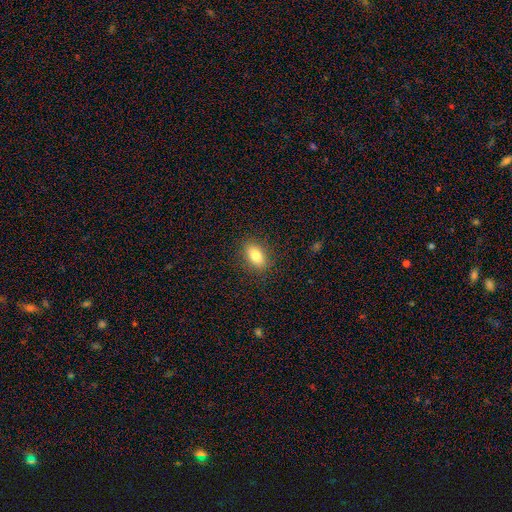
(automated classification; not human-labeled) Smooth or featured?
  - smooth: 83% *
  - featured or disk: 9%
  - star or artifact: 8%
How rounded?
  - in between: 88% *
  - round: 8%
  - cigar-shaped: 4%
Merging?
  - none: 87% *
  - minor disturbance: 9%
  - major disturbance: 3%
  - merger: 1%